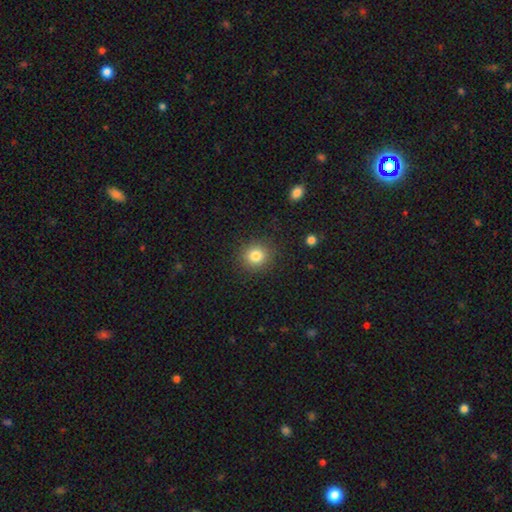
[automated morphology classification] Smooth or featured? Predicted: smooth (p=0.82). How rounded? Predicted: round (p=0.89). Merging? Predicted: none (p=0.89).